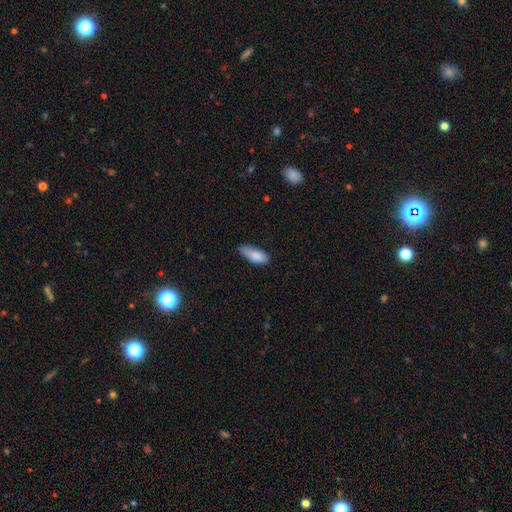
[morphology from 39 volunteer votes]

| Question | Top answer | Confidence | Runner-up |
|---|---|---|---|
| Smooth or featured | smooth | 85% | featured or disk (8%) |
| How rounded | in between | 94% | cigar-shaped (6%) |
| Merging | none | 56% | minor disturbance (33%) |